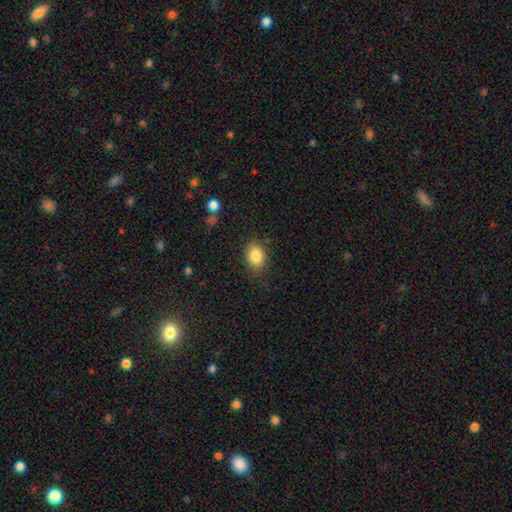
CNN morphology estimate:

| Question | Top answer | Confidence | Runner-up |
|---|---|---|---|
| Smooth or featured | smooth | 85% | star or artifact (9%) |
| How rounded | in between | 74% | round (25%) |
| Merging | none | 81% | minor disturbance (14%) |